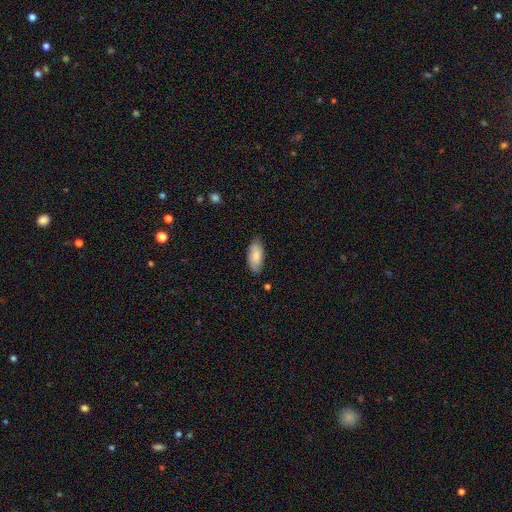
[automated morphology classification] Smooth or featured: smooth — 81% (featured or disk — 13%)
How rounded: in between — 89% (cigar-shaped — 9%)
Merging: none — 79% (minor disturbance — 17%)